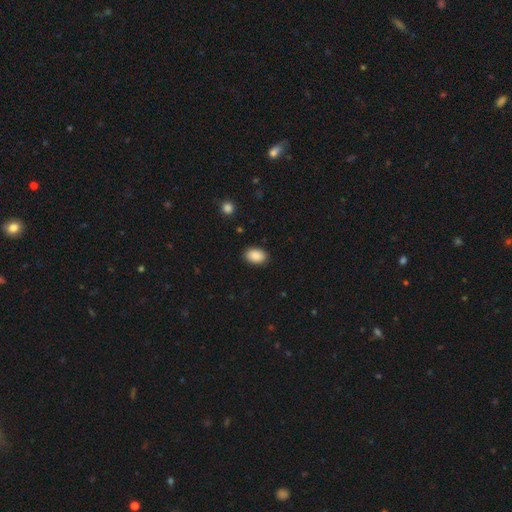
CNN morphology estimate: This appears to be a smooth galaxy with no disk features (88%) that is in between round and cigar-shaped (84%). Merging: none (89%).